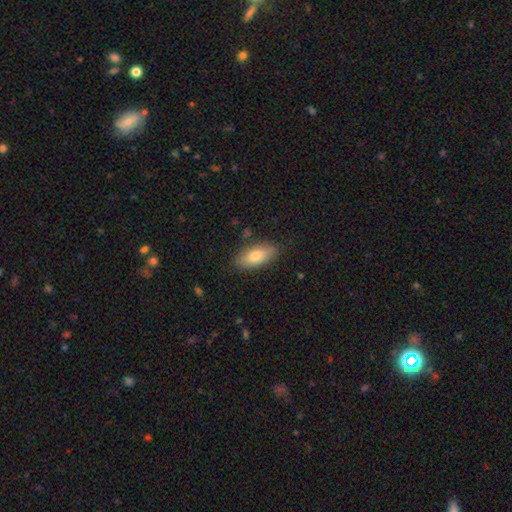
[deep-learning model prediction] Morphology: type=smooth (76%); roundness=in between (85%); merging=none (84%).